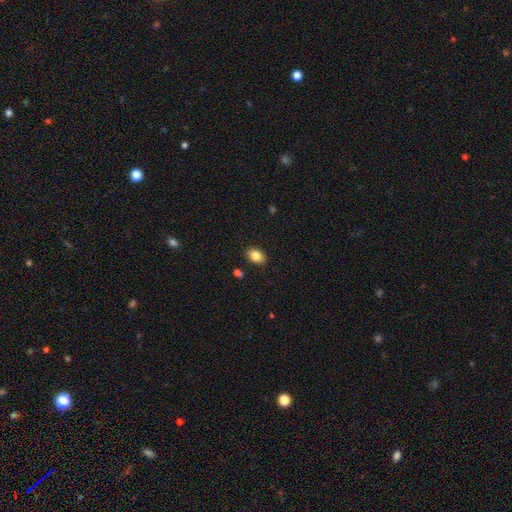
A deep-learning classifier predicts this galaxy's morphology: Smooth or featured? Predicted: smooth (p=0.83). How rounded? Predicted: in between (p=0.81). Merging? Predicted: none (p=0.87).